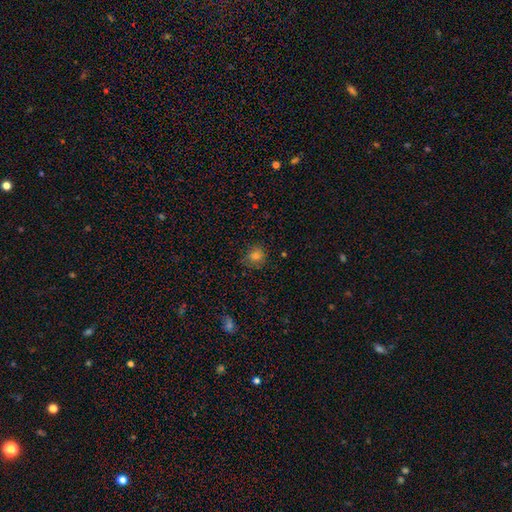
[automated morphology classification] Smooth or featured? smooth (72%)
How rounded? round (82%)
Merging? none (80%)